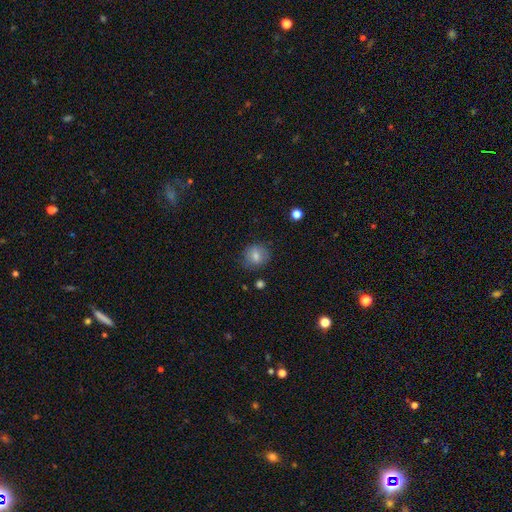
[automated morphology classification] A smooth galaxy with no disk features (76%) that is round (74%). Merging: none (76%).